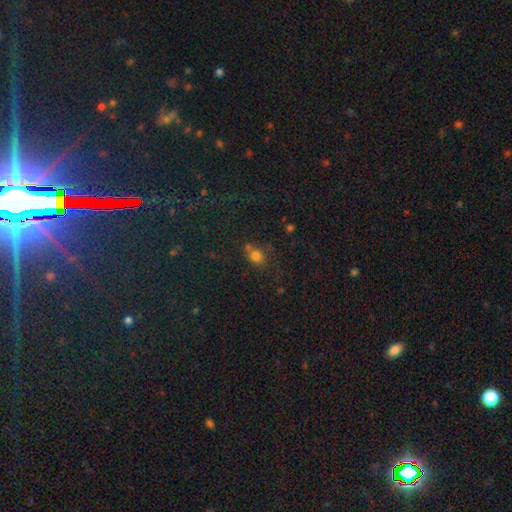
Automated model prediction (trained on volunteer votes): Q: Smooth or featured?
A: smooth (73%); runner-up: star or artifact (18%)
Q: How rounded?
A: round (54%); runner-up: in between (44%)
Q: Merging?
A: none (59%); runner-up: minor disturbance (20%)